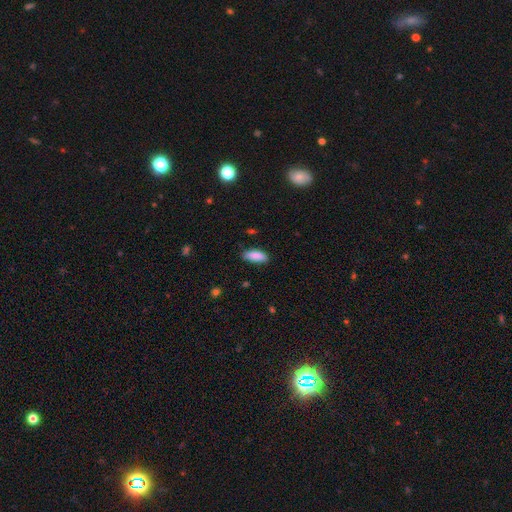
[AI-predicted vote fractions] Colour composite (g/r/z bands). It shows a smooth galaxy with no disk features (88%) that is in between round and cigar-shaped (82%). Merging: none (81%).